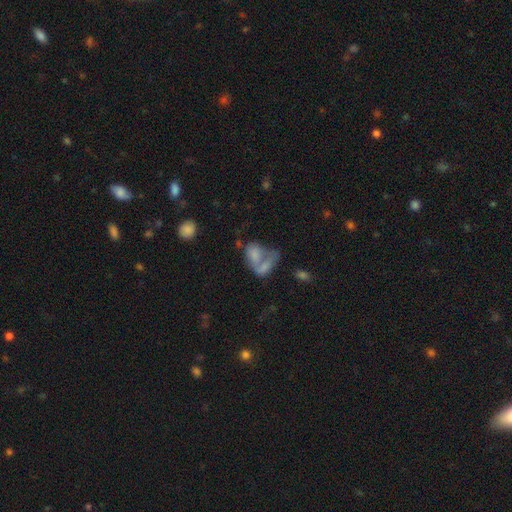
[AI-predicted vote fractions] smooth_or_featured: smooth (p=0.65) [alt: featured or disk p=0.24]
how_rounded: in between (p=0.80) [alt: round p=0.17]
merging: merger (p=0.63) [alt: none p=0.15]